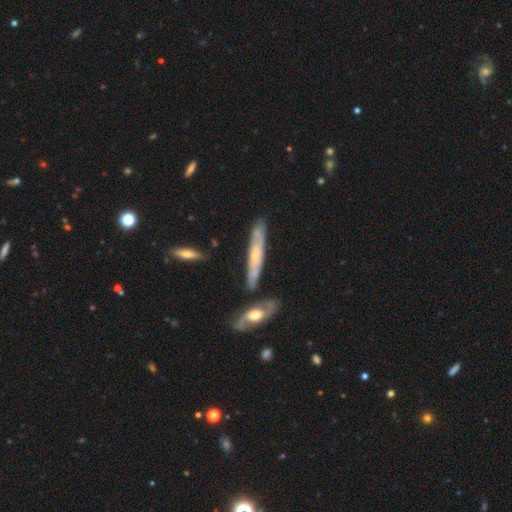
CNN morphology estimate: Smooth or featured? featured or disk (58%)
Edge-on disk? yes (69%)
Merging? none (75%)